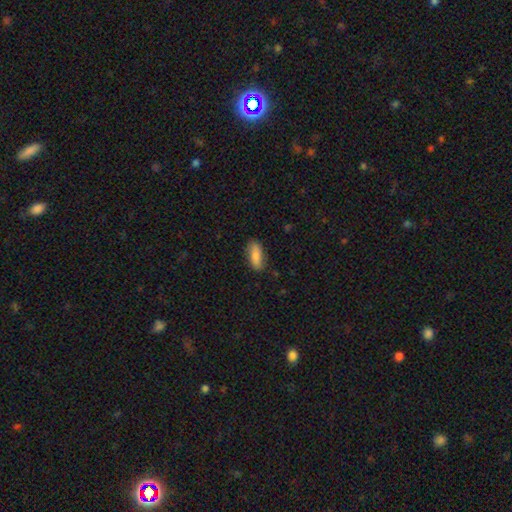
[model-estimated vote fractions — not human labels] Smooth or featured: smooth — 83% (featured or disk — 10%)
How rounded: in between — 77% (cigar-shaped — 20%)
Merging: none — 81% (minor disturbance — 15%)